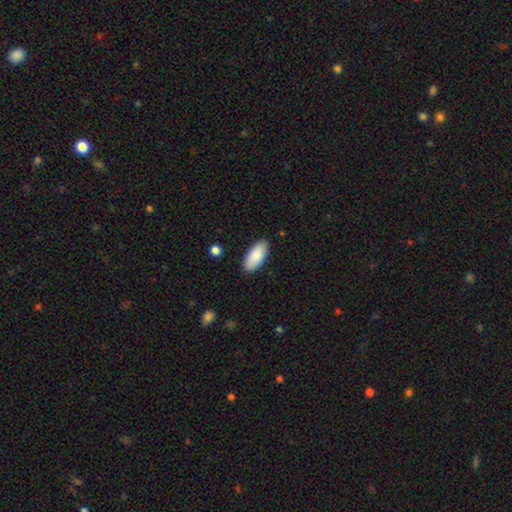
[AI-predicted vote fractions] This appears to be a smooth galaxy with no disk features (87%) that is in between round and cigar-shaped (91%). Merging: none (88%).